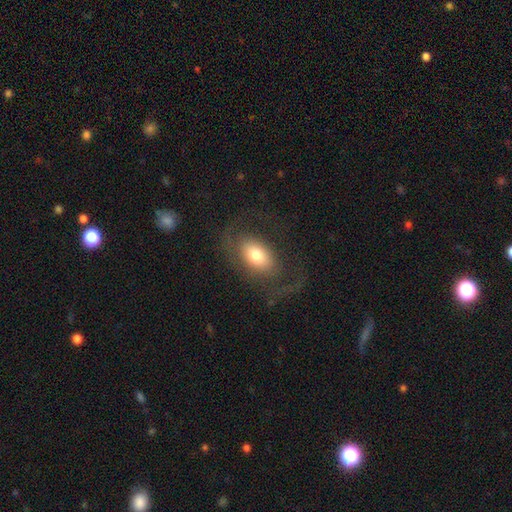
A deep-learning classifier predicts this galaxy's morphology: type=smooth (52%); roundness=in between (88%); merging=none (58%).